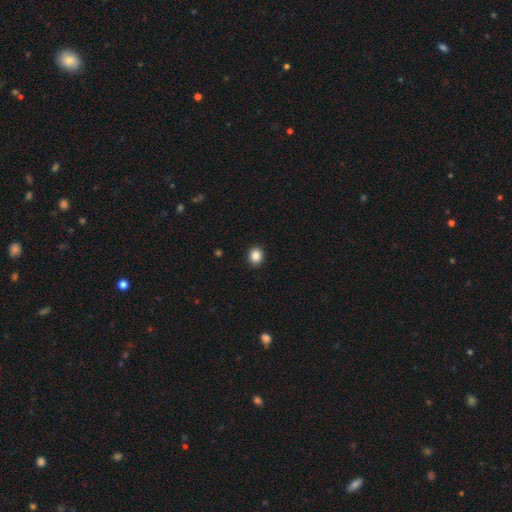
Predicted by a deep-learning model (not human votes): This appears to be a smooth galaxy with no disk features (87%) that is round (79%). Merging: none (92%).